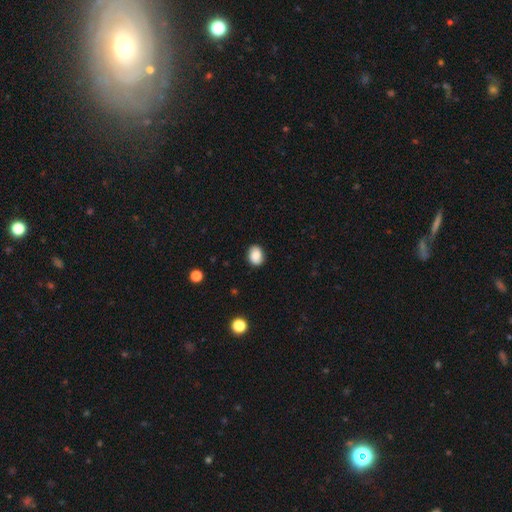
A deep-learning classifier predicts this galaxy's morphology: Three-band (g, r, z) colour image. It shows a smooth galaxy with no disk features (83%) that is in between round and cigar-shaped (66%). Merging: none (86%).